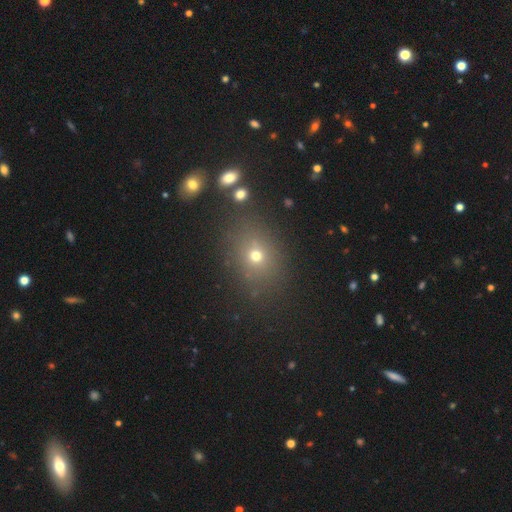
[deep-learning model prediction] A smooth galaxy with no disk features (65%) that is round (53%).

Vote fractions:
- Smooth or featured? smooth: 65% / star or artifact: 22% / featured or disk: 13%
- How rounded? round: 53% / in between: 45% / cigar-shaped: 2%
- Merging? none: 78% / minor disturbance: 12% / major disturbance: 5% / merger: 5%